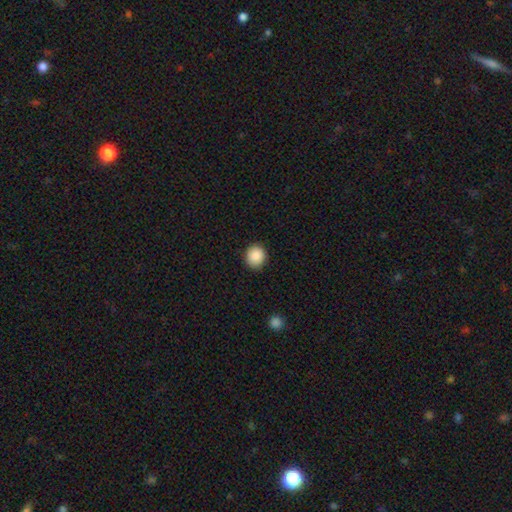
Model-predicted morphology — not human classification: This is clearly a smooth galaxy (89%). How rounded: clearly round (84%). Merging: clearly none (89%).